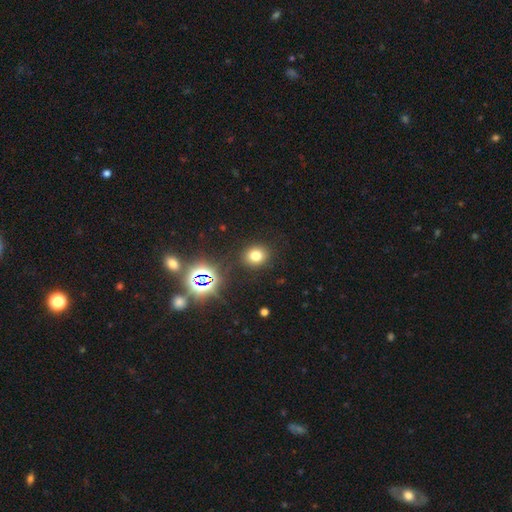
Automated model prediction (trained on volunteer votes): Q: Smooth or featured?
A: smooth (72%); runner-up: star or artifact (20%)
Q: How rounded?
A: round (73%); runner-up: in between (26%)
Q: Merging?
A: none (88%); runner-up: minor disturbance (7%)